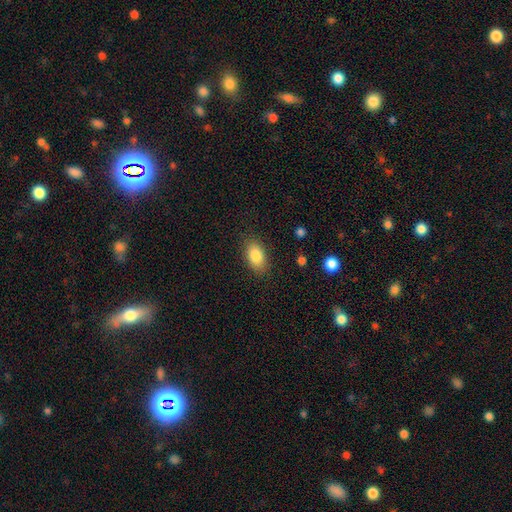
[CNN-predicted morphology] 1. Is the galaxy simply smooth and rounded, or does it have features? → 85% smooth, 7% featured or disk, 7% star or artifact.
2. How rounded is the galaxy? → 91% in between, 7% round, 2% cigar-shaped.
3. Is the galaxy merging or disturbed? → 84% none, 11% minor disturbance, 3% major disturbance, 1% merger.